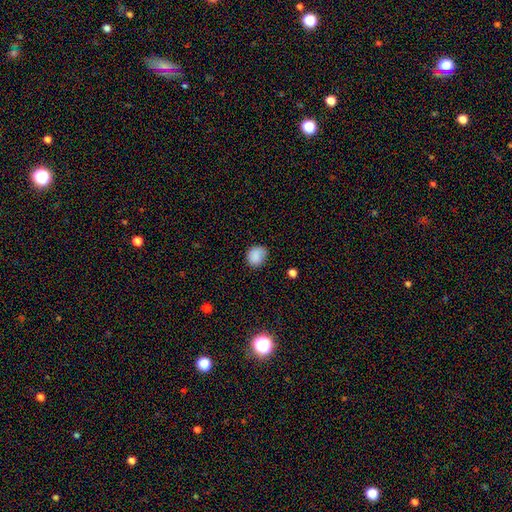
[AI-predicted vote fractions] Smooth or featured: smooth — 86% (star or artifact — 9%)
How rounded: round — 68% (in between — 31%)
Merging: none — 70% (minor disturbance — 23%)